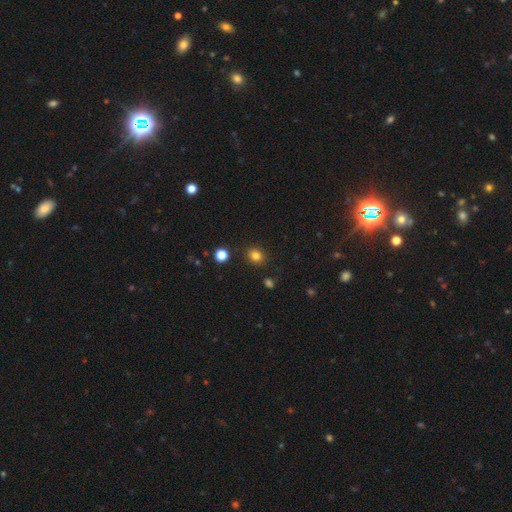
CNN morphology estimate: The model was most divided on "how rounded": round: 76%, in between: 23%, cigar-shaped: 1%. More confident: merging — none (89%); smooth or featured — smooth (82%).